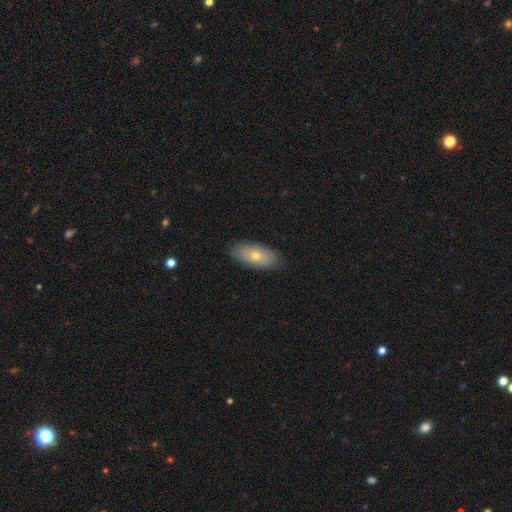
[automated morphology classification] Smooth or featured? smooth (61%)
How rounded? in between (88%)
Merging? none (86%)